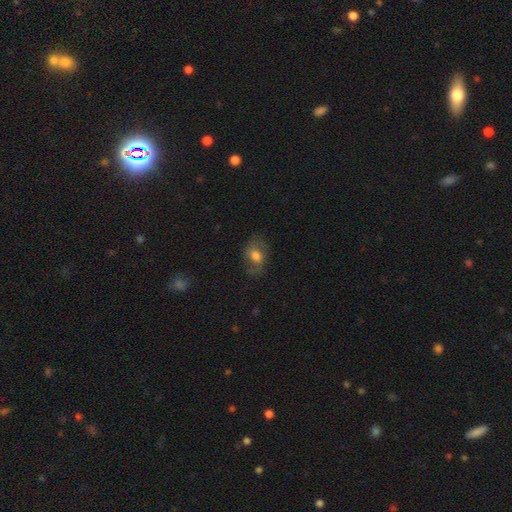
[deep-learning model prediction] A smooth galaxy with no disk features (55%) that is in between round and cigar-shaped (71%).

Vote fractions:
- Smooth or featured? smooth: 55% / featured or disk: 35% / star or artifact: 10%
- How rounded? in between: 71% / round: 27% / cigar-shaped: 2%
- Merging? none: 66% / minor disturbance: 21% / major disturbance: 12% / merger: 1%